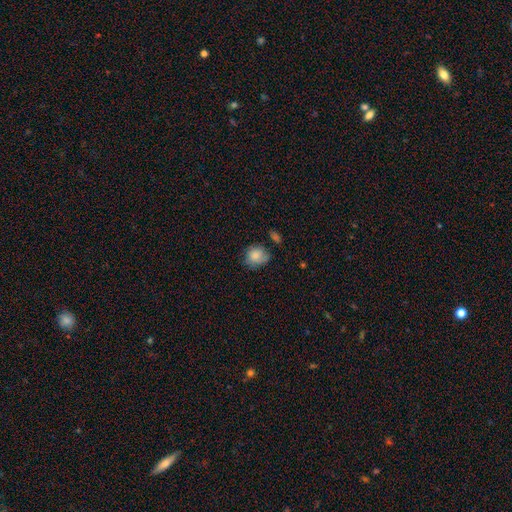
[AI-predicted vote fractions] Smooth or featured?
  - smooth: 82% *
  - featured or disk: 9%
  - star or artifact: 8%
How rounded?
  - round: 65% *
  - in between: 34%
  - cigar-shaped: 1%
Merging?
  - none: 57% *
  - minor disturbance: 30%
  - major disturbance: 8%
  - merger: 5%